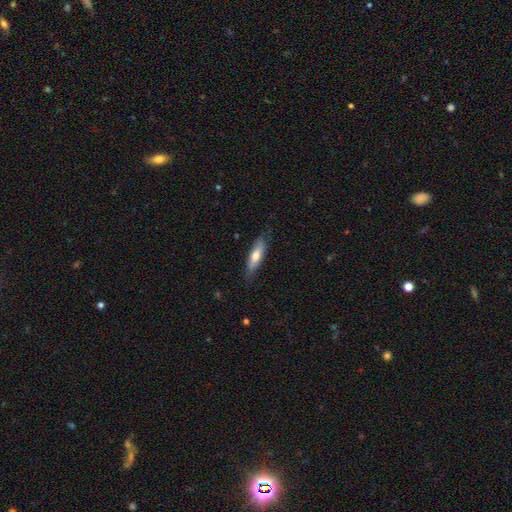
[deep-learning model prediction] smooth-or-featured: smooth: 66% | featured or disk: 28% | star or artifact: 5%
  how-rounded: cigar-shaped: 61% | in between: 38% | round: 2%
  merging: none: 79% | minor disturbance: 17% | major disturbance: 3% | merger: 1%